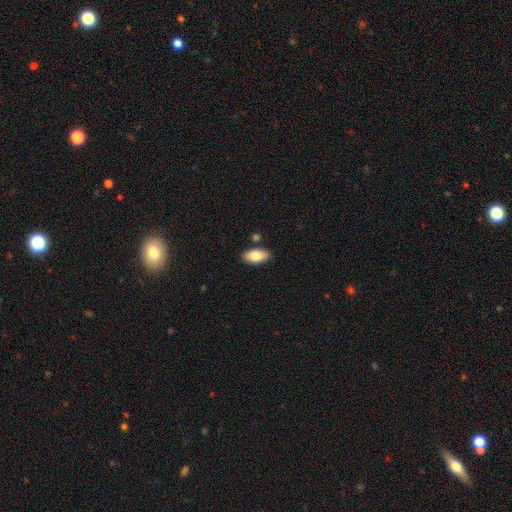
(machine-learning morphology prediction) smooth_or_featured: smooth (p=0.81) [alt: featured or disk p=0.13]
how_rounded: in between (p=0.93) [alt: cigar-shaped p=0.04]
merging: none (p=0.84) [alt: minor disturbance p=0.10]